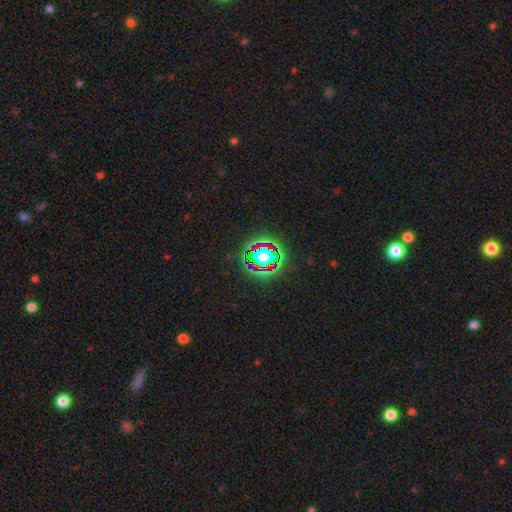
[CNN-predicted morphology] This appears to be a star or artifact, not a galaxy (80%).